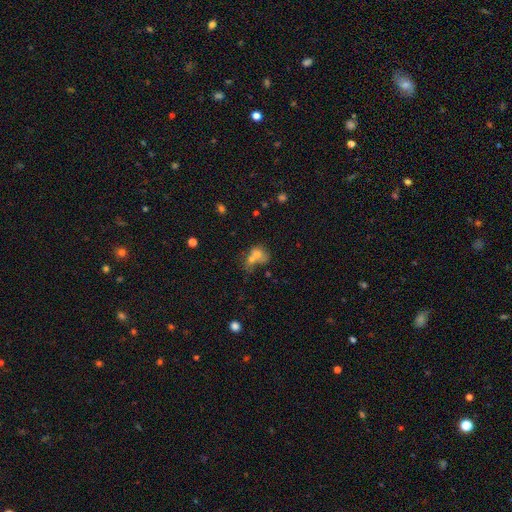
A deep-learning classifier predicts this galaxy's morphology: smooth_or_featured: smooth (p=0.65) [alt: featured or disk p=0.22]
how_rounded: round (p=0.55) [alt: in between p=0.43]
merging: merger (p=0.67) [alt: none p=0.20]